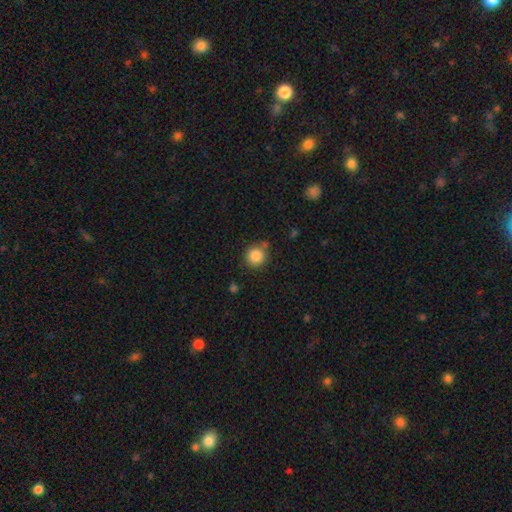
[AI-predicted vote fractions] Smooth or featured? Predicted: smooth (p=0.86). How rounded? Predicted: round (p=0.92). Merging? Predicted: none (p=0.78).